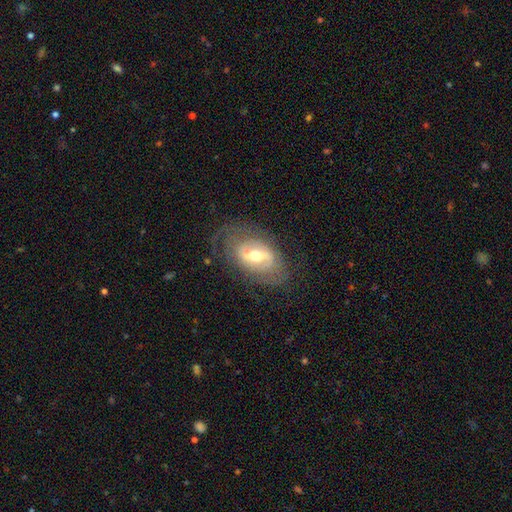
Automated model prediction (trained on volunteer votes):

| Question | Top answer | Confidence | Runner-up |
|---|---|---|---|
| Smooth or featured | featured or disk | 72% | smooth (21%) |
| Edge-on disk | no | 92% | yes (8%) |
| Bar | weak | 44% | strong (34%) |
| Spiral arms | yes | 69% | no (31%) |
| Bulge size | moderate | 69% | small (22%) |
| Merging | none | 65% | minor disturbance (20%) |